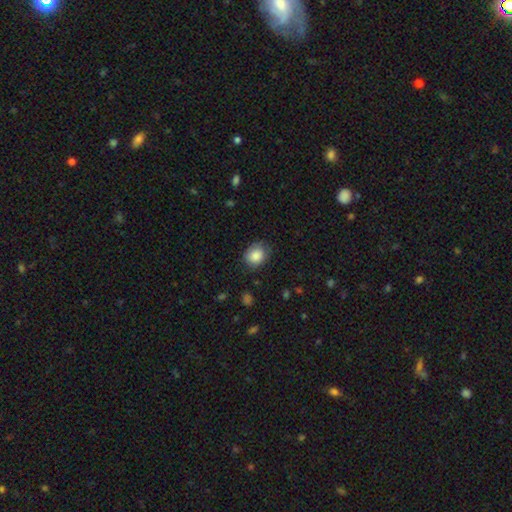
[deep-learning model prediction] Q: Smooth or featured?
A: smooth (86%); runner-up: star or artifact (8%)
Q: How rounded?
A: round (59%); runner-up: in between (40%)
Q: Merging?
A: none (74%); runner-up: minor disturbance (20%)